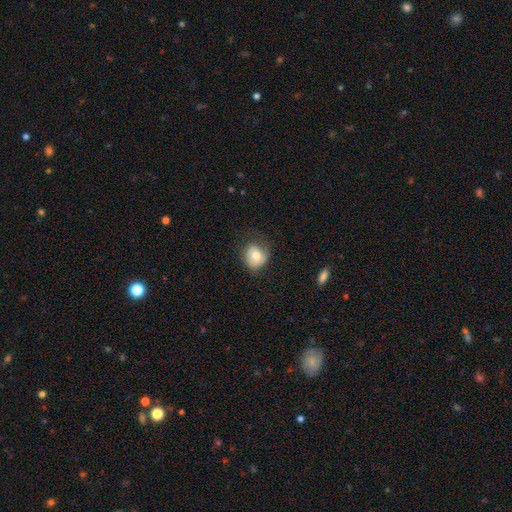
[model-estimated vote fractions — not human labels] A smooth galaxy with no disk features (74%) that is round (66%).

Vote fractions:
- Smooth or featured? smooth: 74% / featured or disk: 18% / star or artifact: 9%
- How rounded? round: 66% / in between: 33% / cigar-shaped: 1%
- Merging? none: 62% / minor disturbance: 26% / major disturbance: 11% / merger: 1%